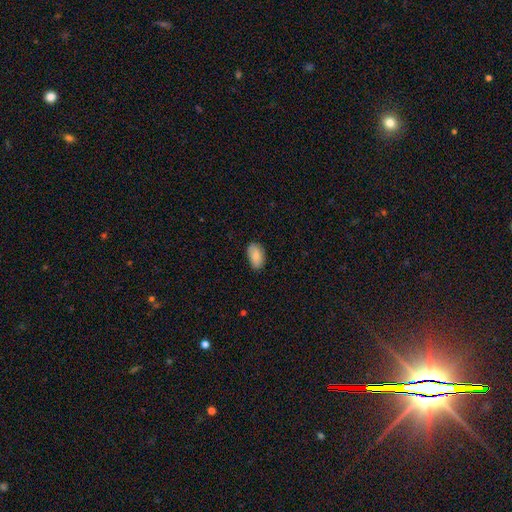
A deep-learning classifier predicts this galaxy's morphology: A smooth galaxy with no disk features (85%) that is in between round and cigar-shaped (94%).

Vote fractions:
- Smooth or featured? smooth: 85% / featured or disk: 8% / star or artifact: 7%
- How rounded? in between: 94% / round: 5% / cigar-shaped: 1%
- Merging? none: 83% / minor disturbance: 14% / major disturbance: 2% / merger: 1%